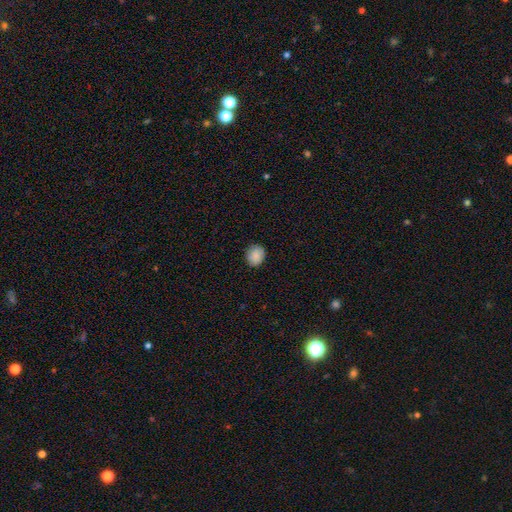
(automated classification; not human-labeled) Smooth or featured? smooth (88%)
How rounded? round (72%)
Merging? none (87%)